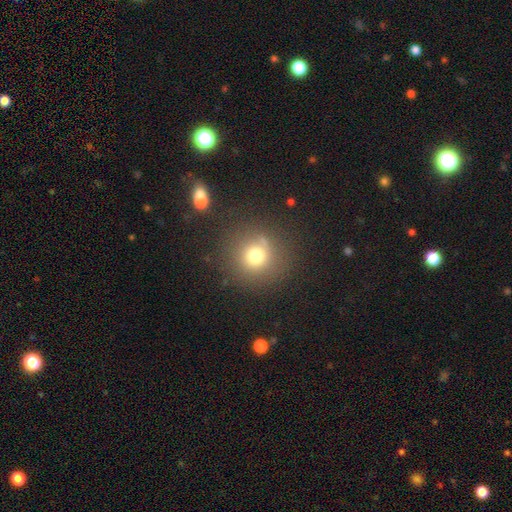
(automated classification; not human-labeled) A smooth galaxy with no disk features (71%) that is round (92%). Merging: none (79%).